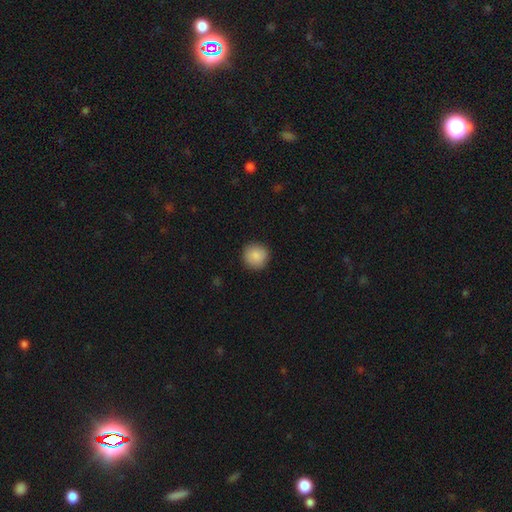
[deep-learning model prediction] Smooth or featured? smooth (89%)
How rounded? round (94%)
Merging? none (91%)